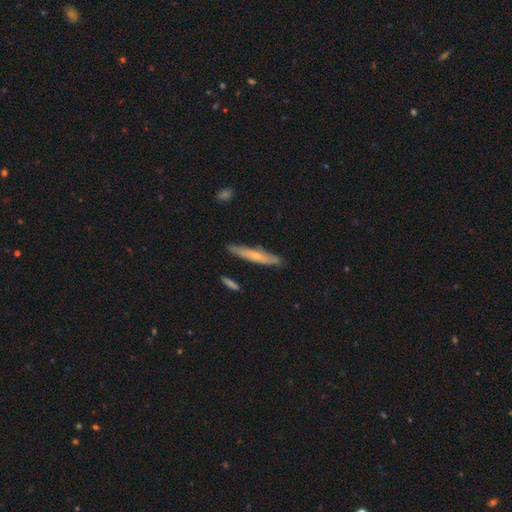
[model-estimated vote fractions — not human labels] Q: Smooth or featured?
A: featured or disk (48%); runner-up: smooth (46%)
Q: Merging?
A: none (85%); runner-up: minor disturbance (11%)